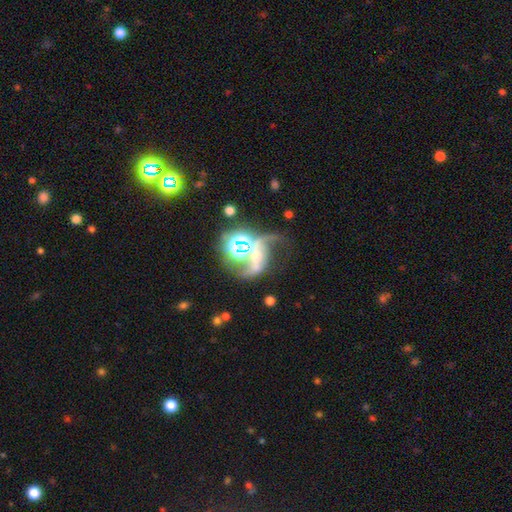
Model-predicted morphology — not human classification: Smooth or featured: featured or disk — 55% (star or artifact — 28%)
Edge-on disk: no — 95% (yes — 5%)
Bar: no — 52% (strong — 24%)
Spiral arms: yes — 78% (no — 22%)
Bulge size: moderate — 46% (small — 31%)
Merging: none — 33% (major disturbance — 28%)